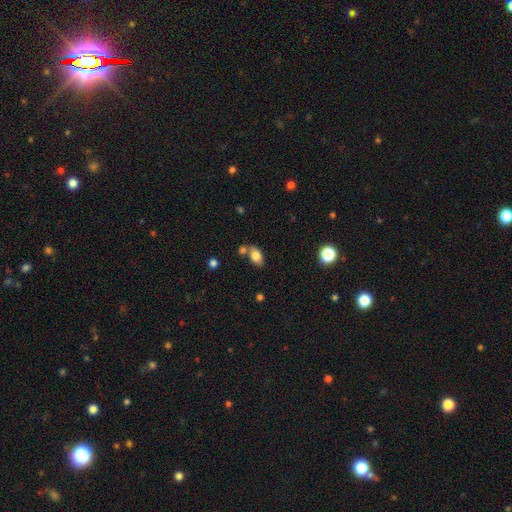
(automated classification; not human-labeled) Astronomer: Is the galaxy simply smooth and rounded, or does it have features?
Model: smooth — 81%.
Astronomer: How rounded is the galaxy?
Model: in between — 86%.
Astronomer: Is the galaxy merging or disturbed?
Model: none — 59%.